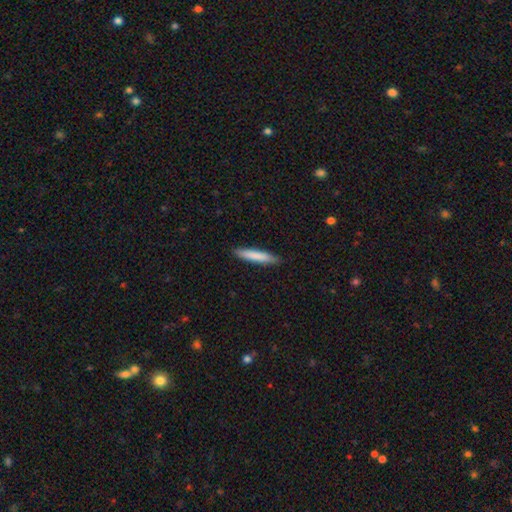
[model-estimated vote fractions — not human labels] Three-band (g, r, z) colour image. It shows a smooth galaxy with no disk features (82%) that is cigar-shaped (90%). Merging: none (88%).